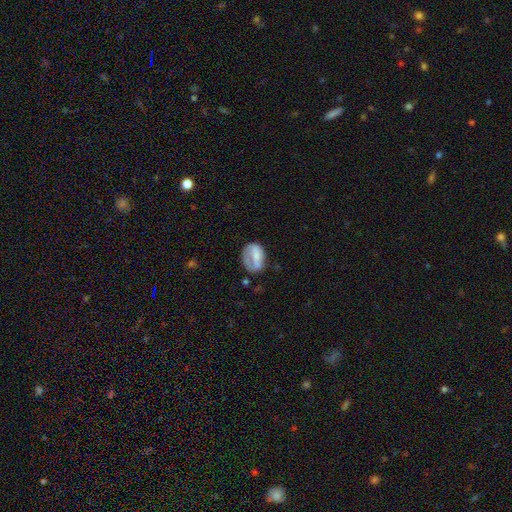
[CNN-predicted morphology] This is likely a smooth galaxy (60%). How rounded: likely in between (72%). Merging: marginally none (38%).